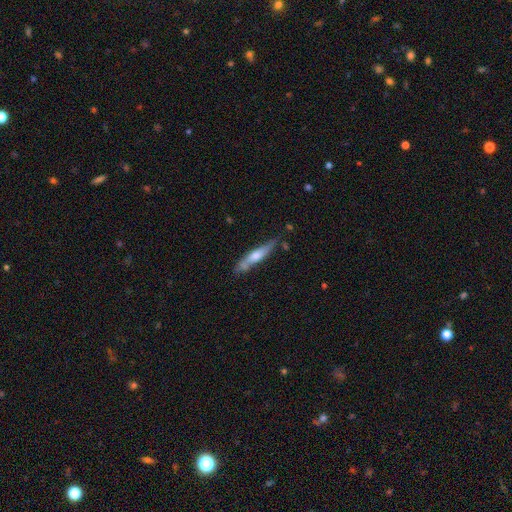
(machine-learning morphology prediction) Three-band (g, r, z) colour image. It shows a featured or disk galaxy (53%) viewed edge-on (85%). Merging: none (70%).